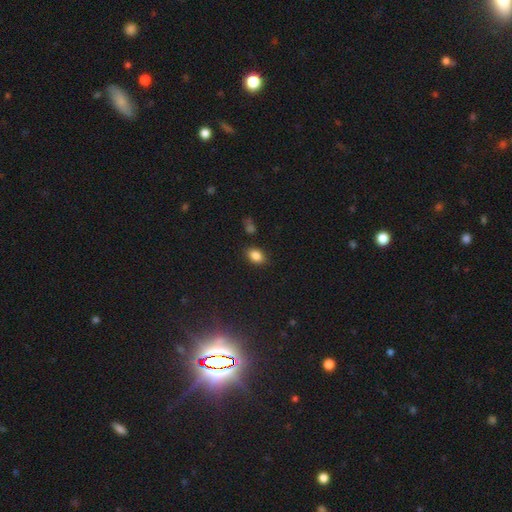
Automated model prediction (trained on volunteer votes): A smooth galaxy with no disk features (85%) that is in between round and cigar-shaped (79%).

Vote fractions:
- Smooth or featured? smooth: 85% / star or artifact: 10% / featured or disk: 6%
- How rounded? in between: 79% / round: 19% / cigar-shaped: 2%
- Merging? none: 84% / minor disturbance: 10% / merger: 3% / major disturbance: 3%